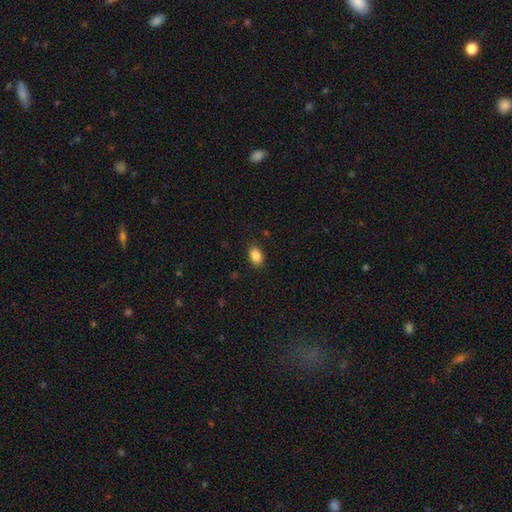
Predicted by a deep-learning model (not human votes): The model was most divided on "how rounded": in between: 81%, round: 18%, cigar-shaped: 1%. More confident: merging — none (88%); smooth or featured — smooth (87%).